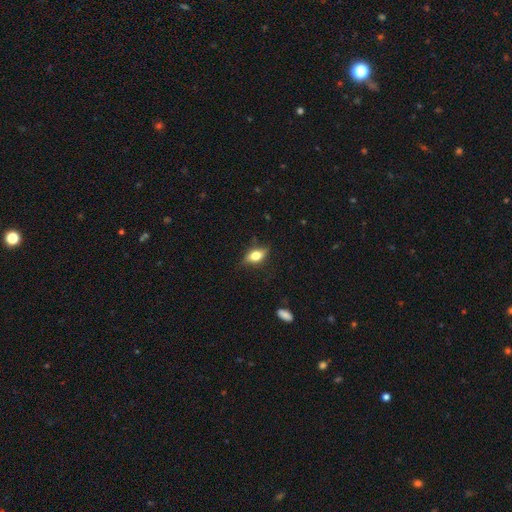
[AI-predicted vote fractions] Smooth or featured? Predicted: smooth (p=0.56). How rounded? Predicted: in between (p=0.76). Merging? Predicted: none (p=0.76).